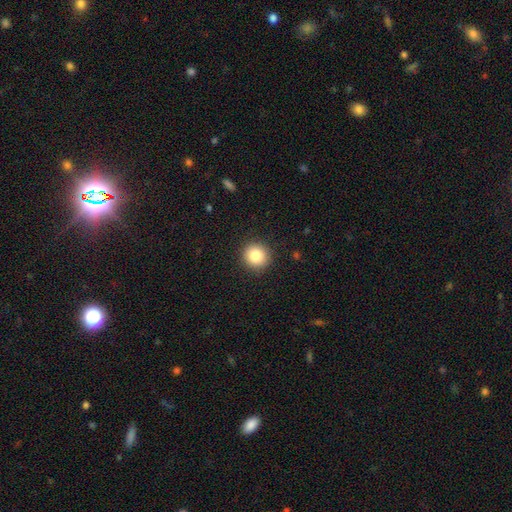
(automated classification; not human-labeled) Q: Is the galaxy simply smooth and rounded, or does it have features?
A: smooth — 85%.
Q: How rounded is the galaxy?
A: round — 93%.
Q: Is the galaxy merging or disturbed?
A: none — 91%.